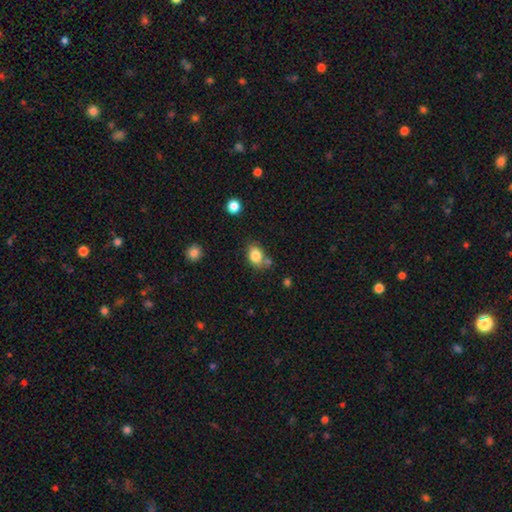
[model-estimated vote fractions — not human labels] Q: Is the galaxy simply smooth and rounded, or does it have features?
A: smooth — 82%.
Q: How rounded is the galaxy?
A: in between — 65%.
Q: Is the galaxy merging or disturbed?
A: none — 61%.